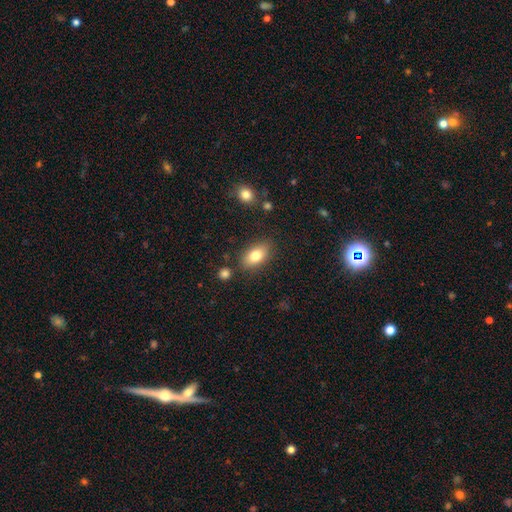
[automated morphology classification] type=smooth (80%); roundness=in between (89%); merging=none (82%).